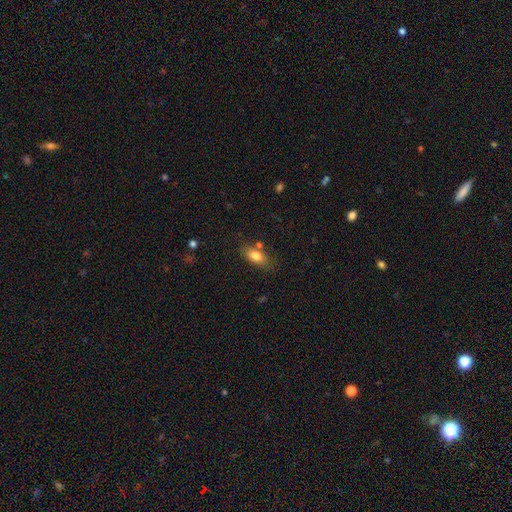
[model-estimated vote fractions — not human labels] The model was most divided on "merging": none: 71%, minor disturbance: 16%, merger: 9%, major disturbance: 4%. More confident: how rounded — in between (84%); smooth or featured — smooth (79%).